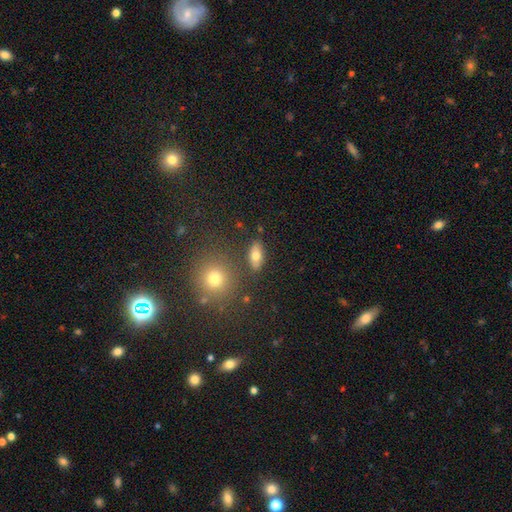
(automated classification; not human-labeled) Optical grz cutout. It shows a smooth galaxy with no disk features (73%) that is in between round and cigar-shaped (81%). Merging: none (82%).